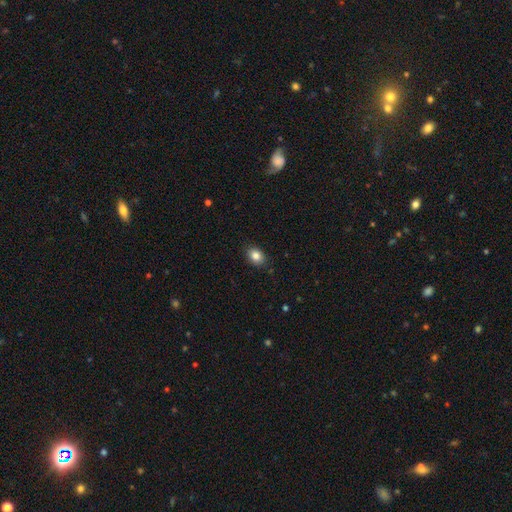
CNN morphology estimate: type=smooth (84%); roundness=in between (68%); merging=none (87%).